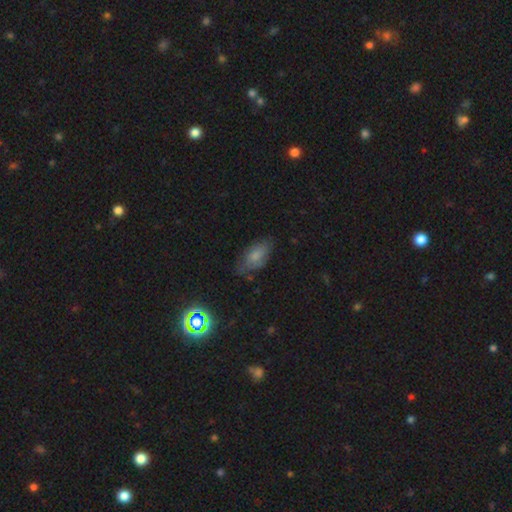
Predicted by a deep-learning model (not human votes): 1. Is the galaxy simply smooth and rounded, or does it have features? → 65% smooth, 24% featured or disk, 10% star or artifact.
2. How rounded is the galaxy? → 90% in between, 6% cigar-shaped, 4% round.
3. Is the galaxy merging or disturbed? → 57% none, 31% minor disturbance, 10% major disturbance, 2% merger.